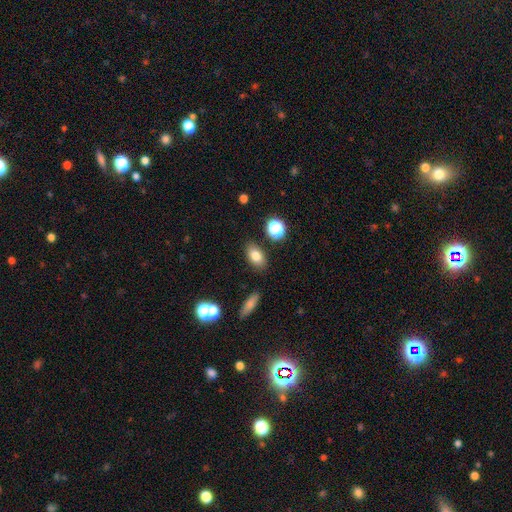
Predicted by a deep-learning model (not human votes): Morphology: type=smooth (79%); roundness=in between (86%); merging=none (83%).